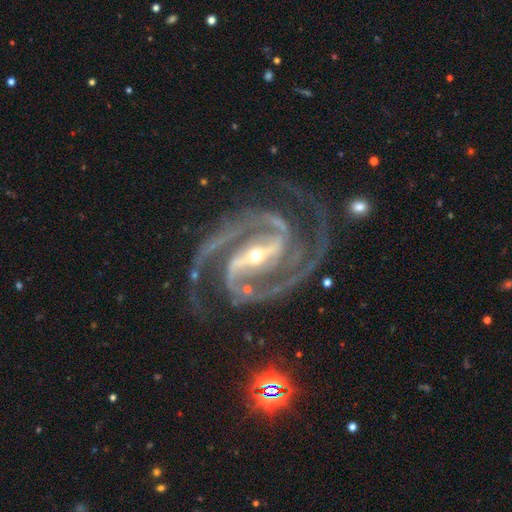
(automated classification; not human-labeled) Q: Smooth or featured?
A: featured or disk (94%); runner-up: star or artifact (4%)
Q: Edge-on disk?
A: no (98%); runner-up: yes (2%)
Q: Bar?
A: strong (77%); runner-up: weak (17%)
Q: Spiral arms?
A: yes (99%); runner-up: no (1%)
Q: Spiral winding?
A: medium (51%); runner-up: tight (43%)
Q: Spiral arm count?
A: 2 (84%); runner-up: 3 (8%)
Q: Bulge size?
A: small (67%); runner-up: moderate (30%)
Q: Merging?
A: none (77%); runner-up: minor disturbance (14%)